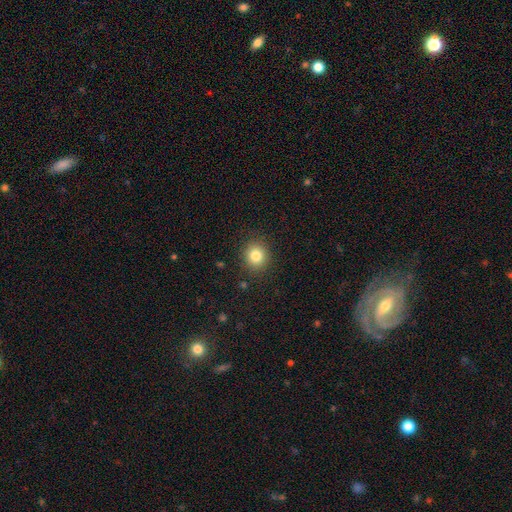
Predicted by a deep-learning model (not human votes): smooth-or-featured: smooth: 82% | star or artifact: 11% | featured or disk: 7%
  how-rounded: round: 83% | in between: 16% | cigar-shaped: 1%
  merging: none: 89% | minor disturbance: 7% | major disturbance: 2% | merger: 1%